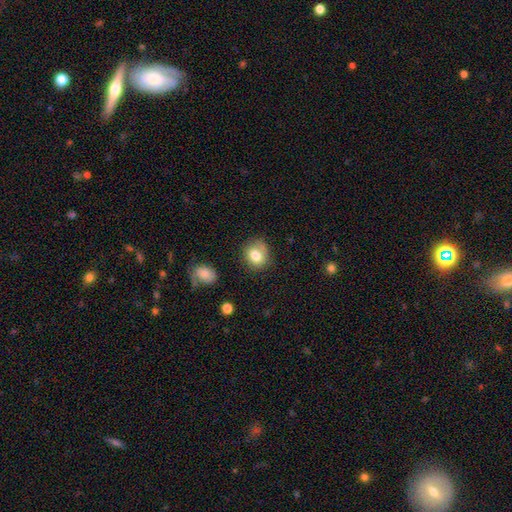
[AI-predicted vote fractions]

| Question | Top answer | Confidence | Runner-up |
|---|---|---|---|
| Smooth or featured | smooth | 79% | featured or disk (12%) |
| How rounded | round | 66% | in between (33%) |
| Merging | none | 68% | minor disturbance (22%) |